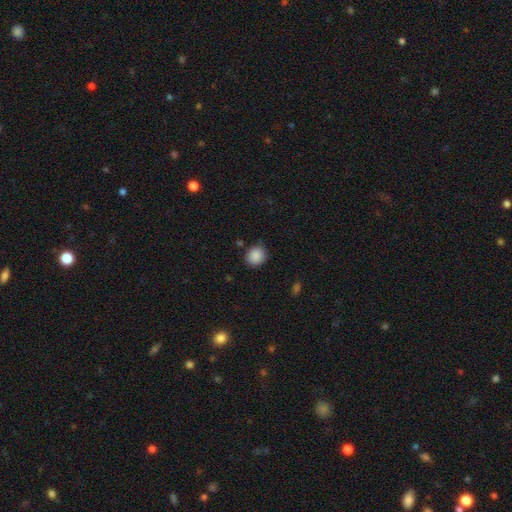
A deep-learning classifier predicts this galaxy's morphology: smooth-or-featured: smooth: 88% | star or artifact: 9% | featured or disk: 3%
  how-rounded: round: 82% | in between: 17% | cigar-shaped: 1%
  merging: none: 84% | minor disturbance: 11% | major disturbance: 3% | merger: 2%